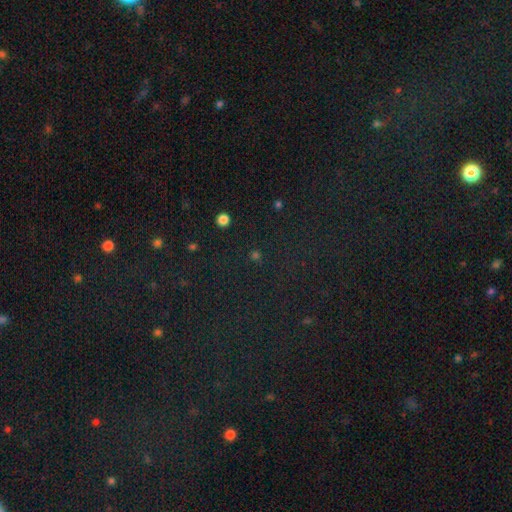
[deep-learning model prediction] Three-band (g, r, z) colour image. It shows a star or artifact, not a galaxy (58%).